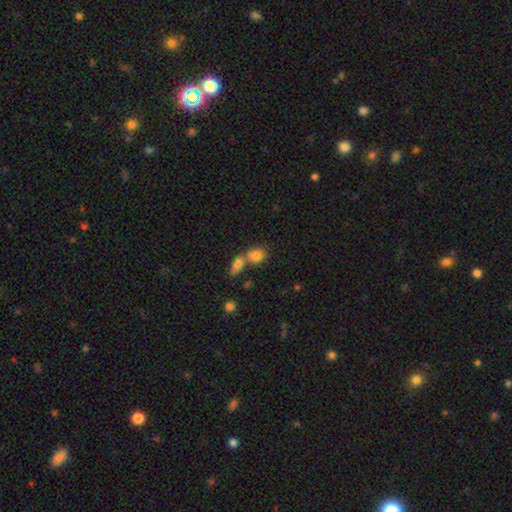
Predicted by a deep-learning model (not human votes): smooth-or-featured: smooth: 81% | featured or disk: 10% | star or artifact: 9%
  how-rounded: in between: 59% | round: 39% | cigar-shaped: 3%
  merging: merger: 55% | none: 32% | minor disturbance: 8% | major disturbance: 4%